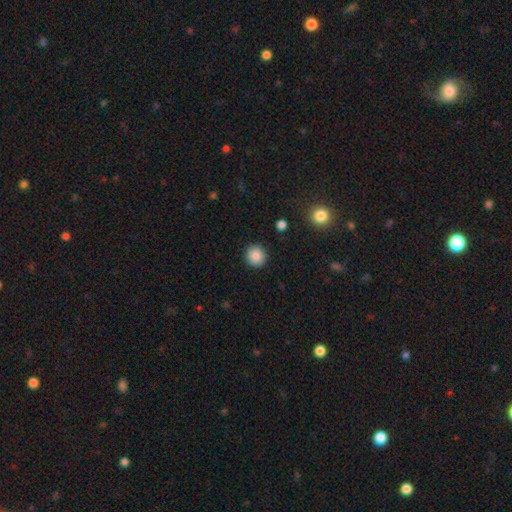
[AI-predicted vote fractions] This is clearly a smooth galaxy (88%). How rounded: clearly round (94%). Merging: clearly none (92%).